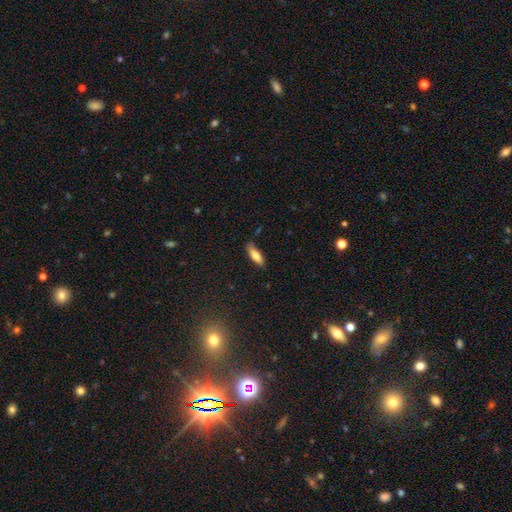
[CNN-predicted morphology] smooth 78%, featured or disk 15%, star or artifact 7%. Down the decision tree: how rounded — in between (59%); merging — none (76%).